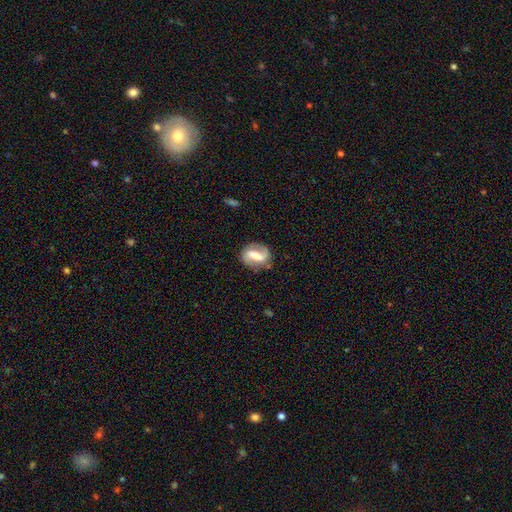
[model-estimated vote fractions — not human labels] smooth-or-featured: featured or disk: 72% | smooth: 21% | star or artifact: 7%
  disk-edge-on: no: 96% | yes: 4%
    bar: strong: 53% | weak: 34% | no: 14%
    has-spiral-arms: yes: 88% | no: 12%
      spiral-winding: medium: 42% | loose: 37% | tight: 21%
      spiral-arm-count: 2: 86% | 1: 6% | can't tell: 5% | 3: 1% | 4: 1% | more than 4: 1%
    bulge-size: moderate: 39% | small: 23% | large: 21% | none: 13% | dominant: 3%
  merging: none: 77% | minor disturbance: 15% | major disturbance: 6% | merger: 2%